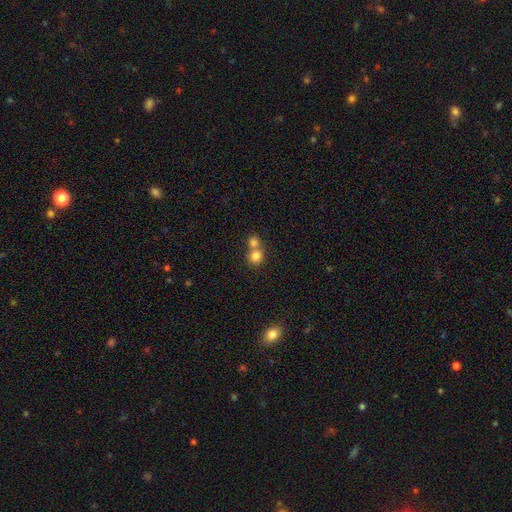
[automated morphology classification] Smooth or featured?
  - smooth: 80% *
  - star or artifact: 11%
  - featured or disk: 9%
How rounded?
  - round: 86% *
  - in between: 13%
  - cigar-shaped: 1%
Merging?
  - merger: 52% *
  - none: 40%
  - minor disturbance: 5%
  - major disturbance: 2%